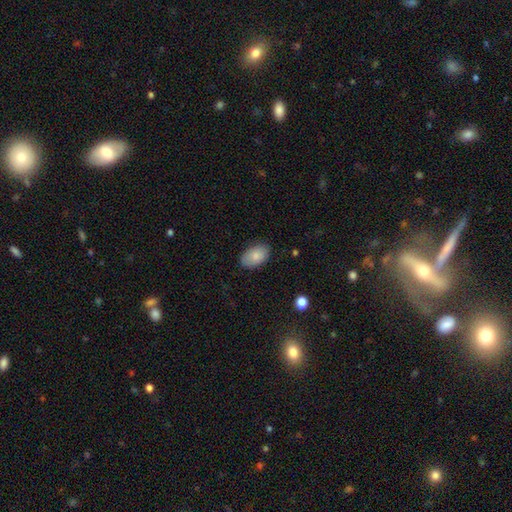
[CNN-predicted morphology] The model was most divided on "merging": none: 83%, minor disturbance: 13%, major disturbance: 3%, merger: 1%. More confident: how rounded — in between (92%); smooth or featured — smooth (85%).